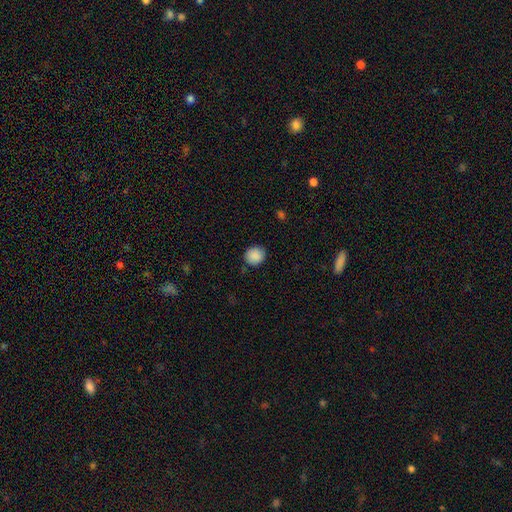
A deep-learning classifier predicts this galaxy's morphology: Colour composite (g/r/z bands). It shows a smooth galaxy with no disk features (89%) that is round (88%). Merging: none (86%).